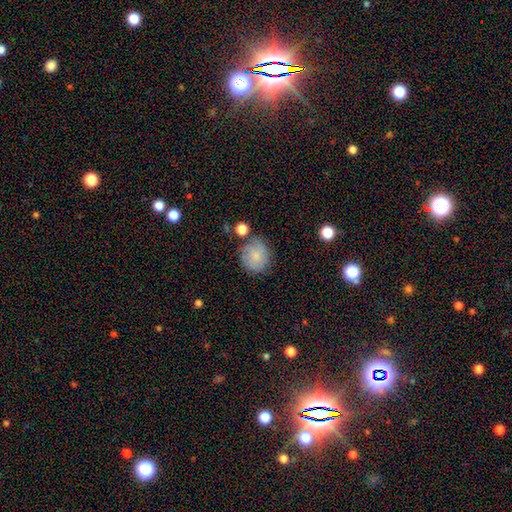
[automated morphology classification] This is likely a smooth galaxy (75%). How rounded: clearly round (83%). Merging: likely none (69%).